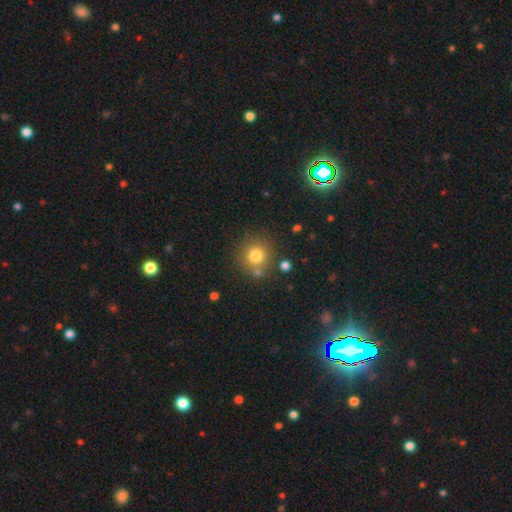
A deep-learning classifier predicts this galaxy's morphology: smooth_or_featured: smooth (p=0.78) [alt: star or artifact p=0.13]
how_rounded: round (p=0.92) [alt: in between p=0.07]
merging: none (p=0.79) [alt: minor disturbance p=0.09]